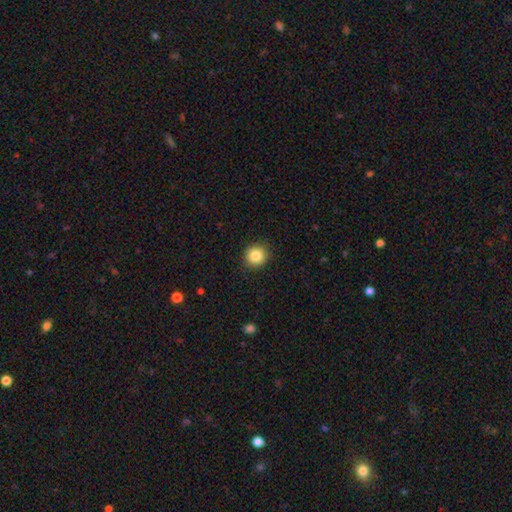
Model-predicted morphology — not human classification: A smooth galaxy with no disk features (85%) that is round (92%). Merging: none (91%).